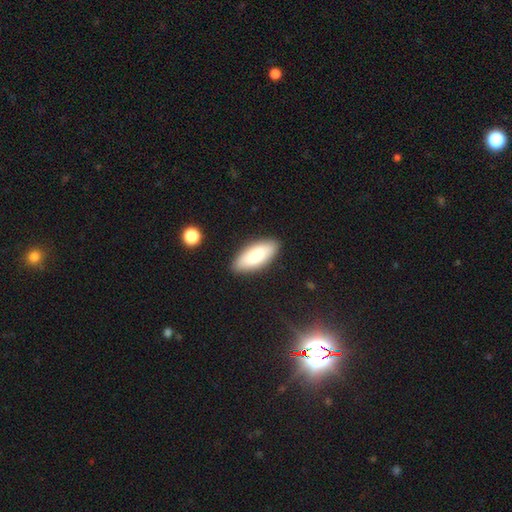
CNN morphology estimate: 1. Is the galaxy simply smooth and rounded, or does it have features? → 79% smooth, 15% featured or disk, 6% star or artifact.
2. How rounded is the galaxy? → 82% in between, 16% cigar-shaped, 2% round.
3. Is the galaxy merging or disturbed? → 87% none, 9% minor disturbance, 2% major disturbance, 1% merger.